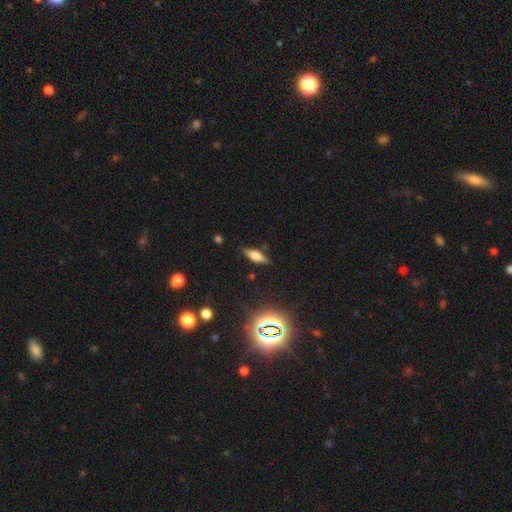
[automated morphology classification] A featured or disk galaxy (44%, tied with smooth). Merging: none (86%).